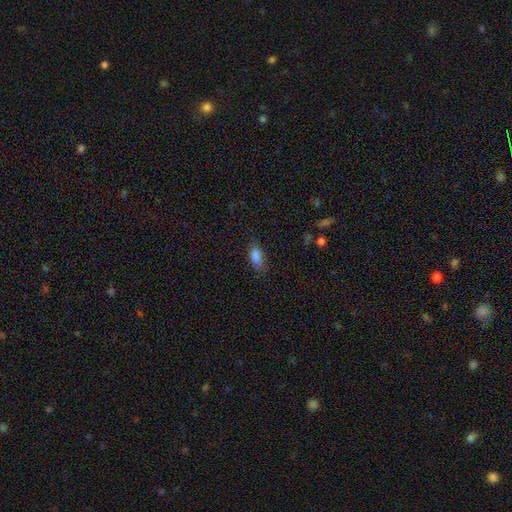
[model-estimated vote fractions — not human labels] Smooth or featured?
  - smooth: 85% *
  - star or artifact: 9%
  - featured or disk: 6%
How rounded?
  - in between: 82% *
  - cigar-shaped: 15%
  - round: 3%
Merging?
  - none: 73% *
  - minor disturbance: 20%
  - major disturbance: 5%
  - merger: 1%